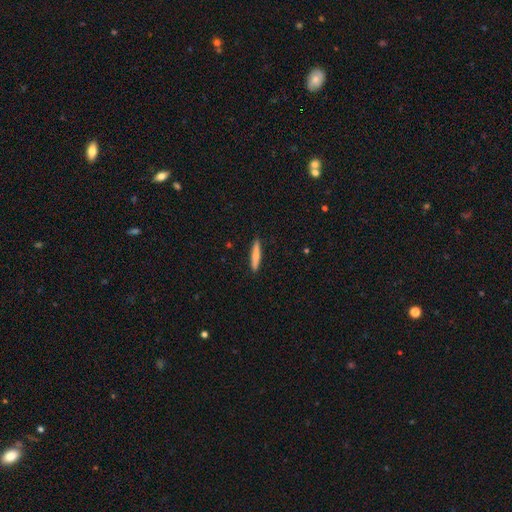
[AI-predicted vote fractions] smooth-or-featured: smooth: 72% | featured or disk: 23% | star or artifact: 6%
  how-rounded: cigar-shaped: 93% | in between: 6% | round: 1%
  merging: none: 91% | minor disturbance: 7% | major disturbance: 1% | merger: 1%